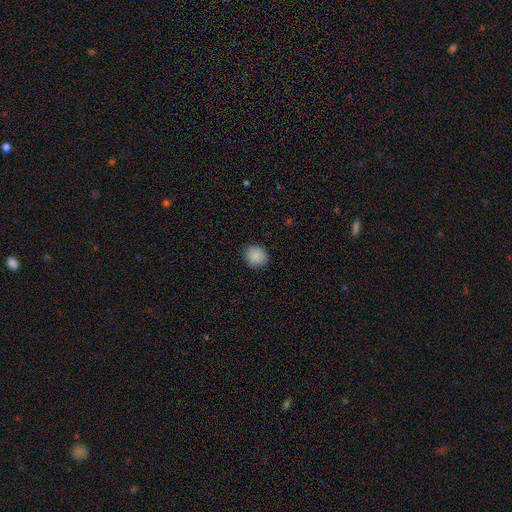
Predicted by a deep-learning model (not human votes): smooth_or_featured: smooth (p=0.88) [alt: star or artifact p=0.09]
how_rounded: round (p=0.83) [alt: in between p=0.16]
merging: none (p=0.89) [alt: minor disturbance p=0.08]